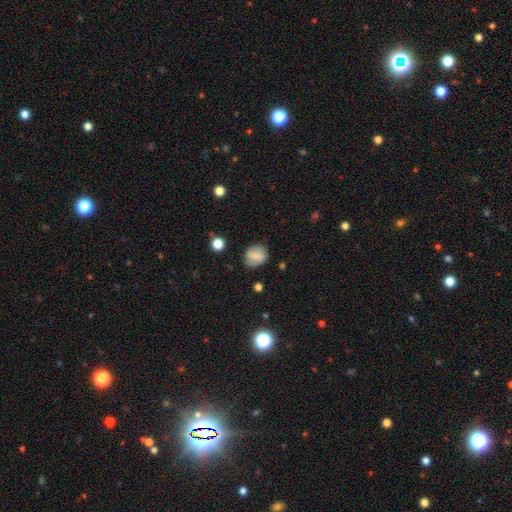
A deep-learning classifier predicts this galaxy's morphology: A smooth galaxy with no disk features (66%) that is round (61%).

Vote fractions:
- Smooth or featured? smooth: 66% / featured or disk: 25% / star or artifact: 9%
- How rounded? round: 61% / in between: 38% / cigar-shaped: 2%
- Merging? none: 76% / minor disturbance: 17% / major disturbance: 5% / merger: 2%